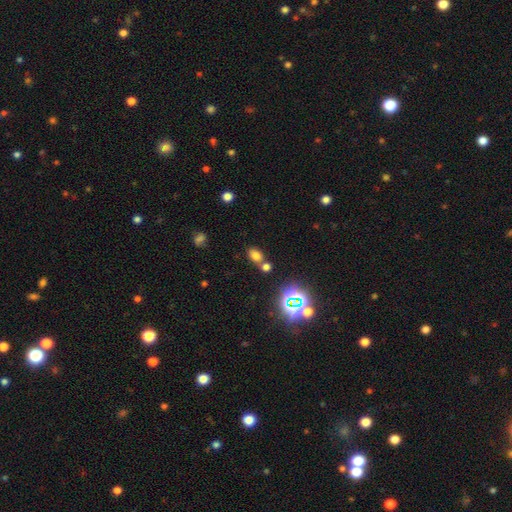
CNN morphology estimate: Q: Smooth or featured?
A: smooth (68%); runner-up: star or artifact (24%)
Q: How rounded?
A: in between (74%); runner-up: round (24%)
Q: Merging?
A: none (57%); runner-up: merger (29%)